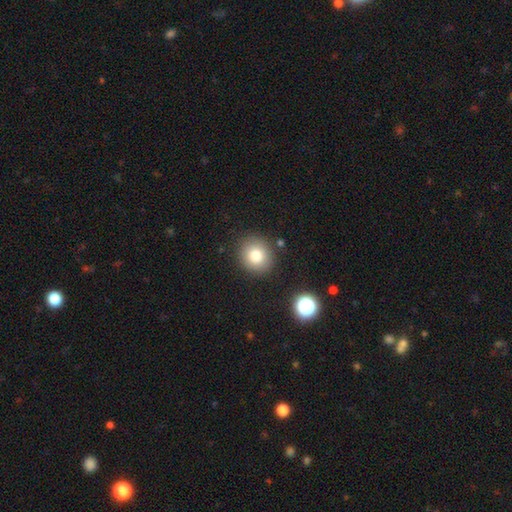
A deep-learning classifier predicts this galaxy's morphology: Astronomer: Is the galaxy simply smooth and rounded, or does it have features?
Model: smooth — 80%.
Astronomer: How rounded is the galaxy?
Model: round — 85%.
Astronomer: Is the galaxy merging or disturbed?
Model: none — 87%.